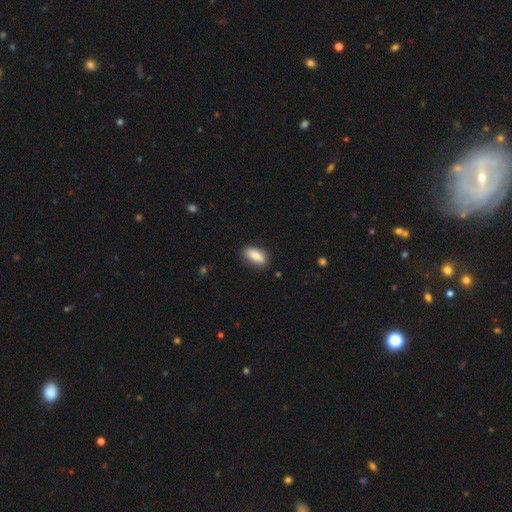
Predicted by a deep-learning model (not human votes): smooth_or_featured: smooth (p=0.84) [alt: featured or disk p=0.09]
how_rounded: in between (p=0.81) [alt: cigar-shaped p=0.16]
merging: none (p=0.81) [alt: minor disturbance p=0.15]